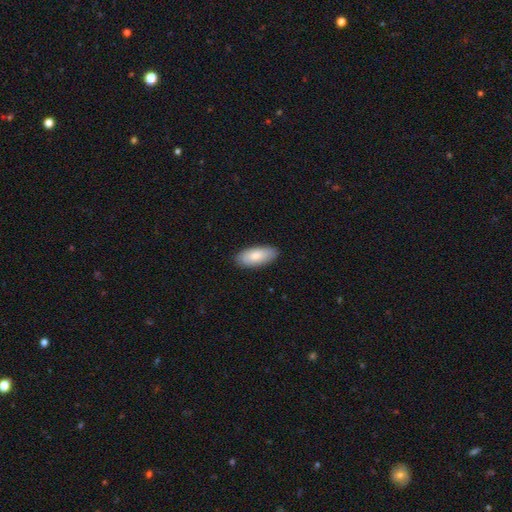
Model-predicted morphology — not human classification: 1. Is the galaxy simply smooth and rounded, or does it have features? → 81% smooth, 14% featured or disk, 5% star or artifact.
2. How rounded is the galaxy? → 90% in between, 8% cigar-shaped, 2% round.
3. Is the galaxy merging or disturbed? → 87% none, 10% minor disturbance, 2% major disturbance, 1% merger.